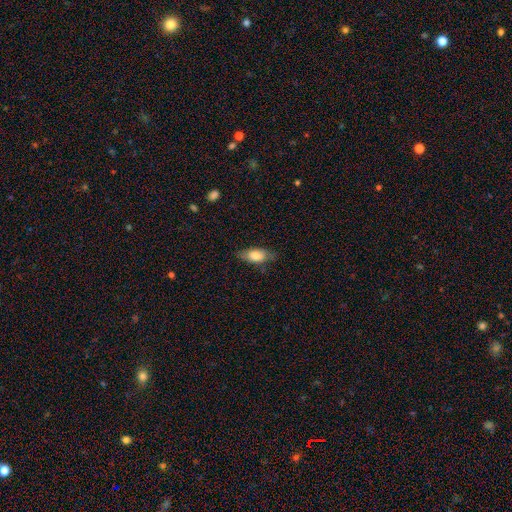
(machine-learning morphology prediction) The model was most divided on "merging": none: 70%, minor disturbance: 22%, major disturbance: 6%, merger: 1%. More confident: how rounded — in between (85%); smooth or featured — smooth (77%).